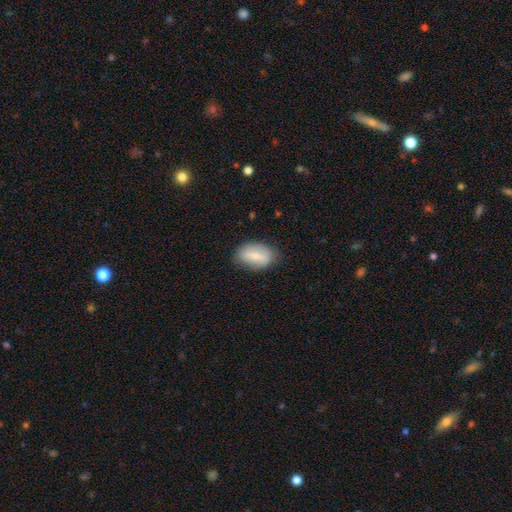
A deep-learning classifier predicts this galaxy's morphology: A smooth galaxy with no disk features (64%) that is in between round and cigar-shaped (87%). Merging: none (77%).